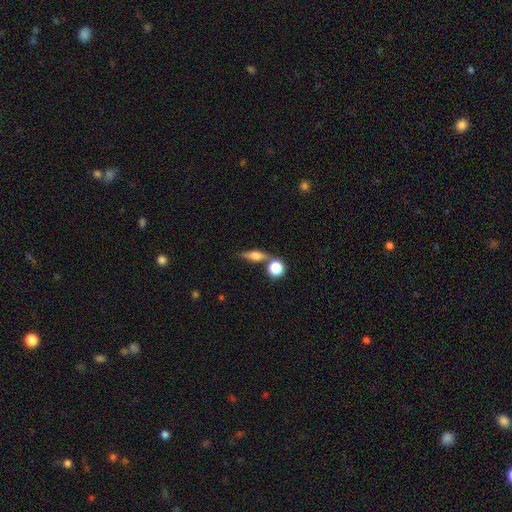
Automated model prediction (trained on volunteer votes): smooth-or-featured: smooth: 48% | featured or disk: 41% | star or artifact: 10%
  merging: none: 66% | merger: 16% | minor disturbance: 13% | major disturbance: 4%